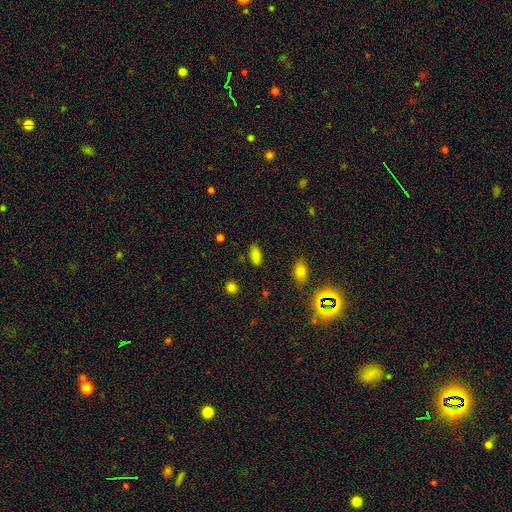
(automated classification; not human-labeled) smooth_or_featured: smooth (p=0.82) [alt: star or artifact p=0.12]
how_rounded: in between (p=0.89) [alt: cigar-shaped p=0.08]
merging: none (p=0.83) [alt: minor disturbance p=0.11]